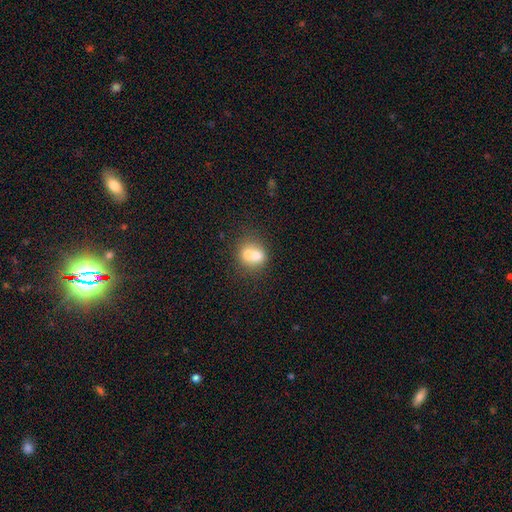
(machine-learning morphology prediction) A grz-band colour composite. It shows a smooth galaxy with no disk features (67%) that is round (54%). Merging: merger (53%).